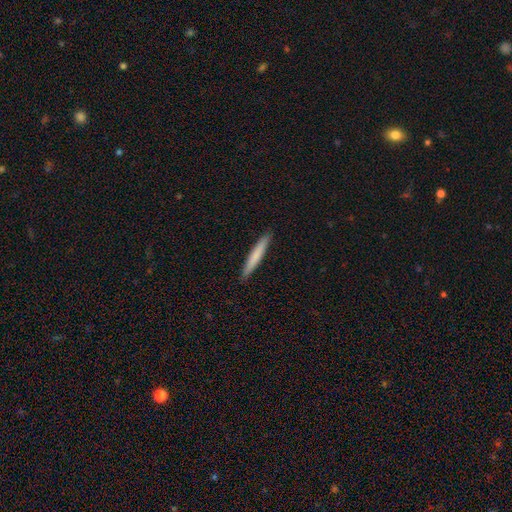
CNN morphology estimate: A smooth galaxy with no disk features (74%) that is cigar-shaped (96%). Merging: none (92%).